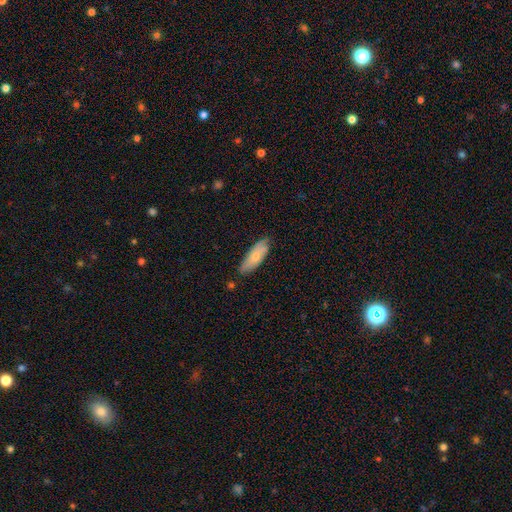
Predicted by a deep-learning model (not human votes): Smooth or featured? Predicted: smooth (p=0.67). How rounded? Predicted: in between (p=0.62). Merging? Predicted: none (p=0.71).